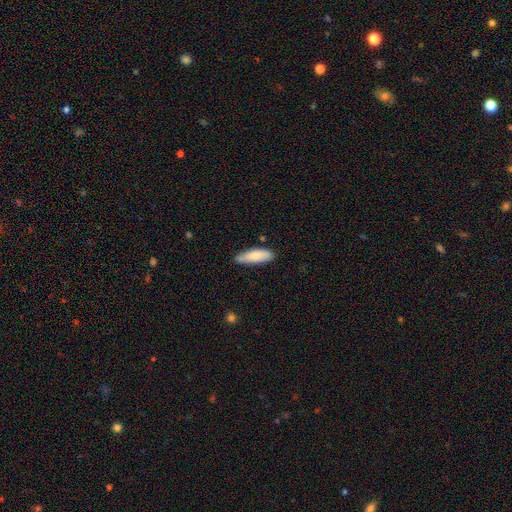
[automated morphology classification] A smooth galaxy with no disk features (82%) that is in between round and cigar-shaped (50%). Merging: none (77%).